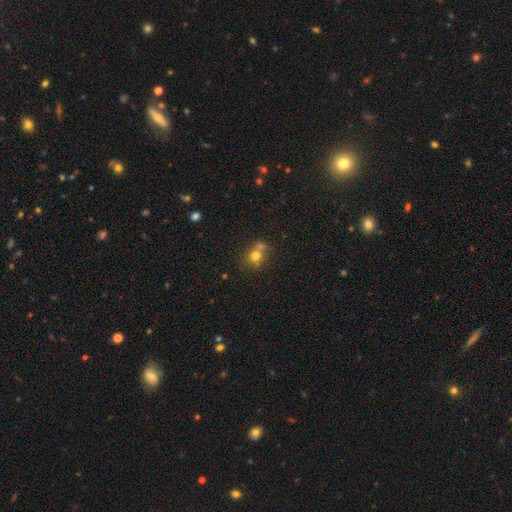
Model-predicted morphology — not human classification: Overall: smooth (71%). How rounded: round (79%). Merging: none (43%; merger 42%).